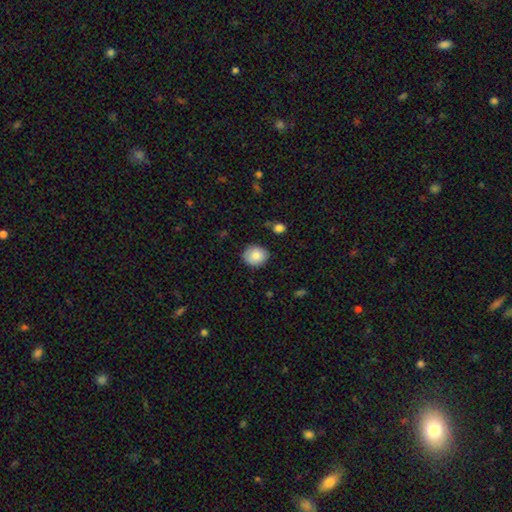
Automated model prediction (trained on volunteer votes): Smooth or featured? Predicted: smooth (p=0.83). How rounded? Predicted: round (p=0.65). Merging? Predicted: none (p=0.84).